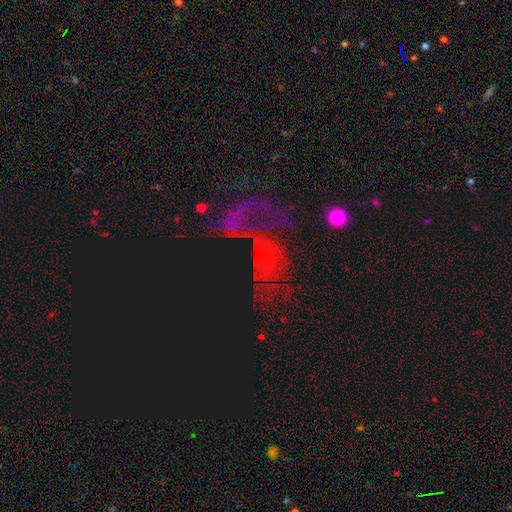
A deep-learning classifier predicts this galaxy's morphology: Smooth or featured: featured or disk — 42% (star or artifact — 38%)
Merging: major disturbance — 34% (none — 33%)